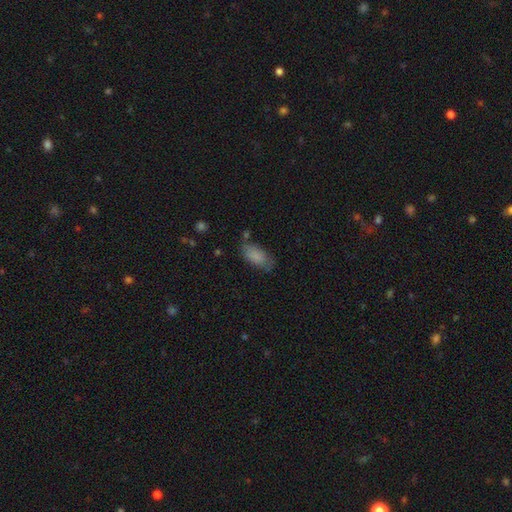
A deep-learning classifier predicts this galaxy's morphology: smooth_or_featured: smooth (p=0.84) [alt: featured or disk p=0.08]
how_rounded: in between (p=0.90) [alt: cigar-shaped p=0.07]
merging: none (p=0.65) [alt: minor disturbance p=0.23]